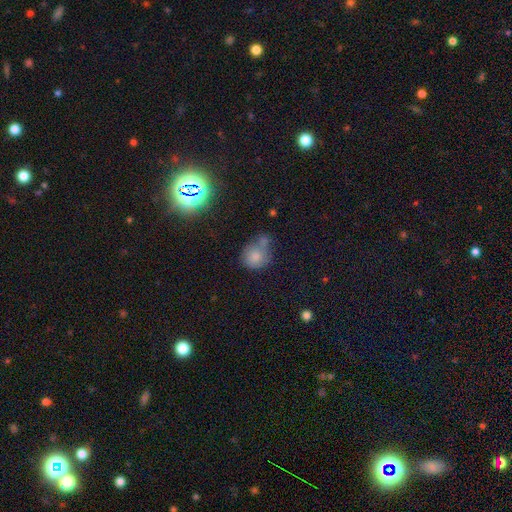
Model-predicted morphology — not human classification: type=smooth (78%); roundness=round (77%); merging=none (42%).